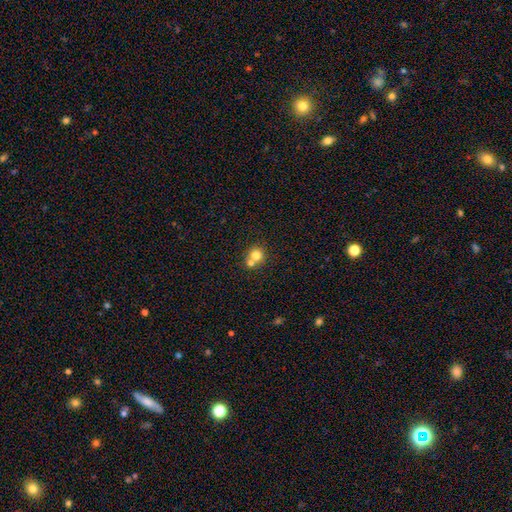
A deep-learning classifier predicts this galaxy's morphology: Smooth or featured: smooth — 76% (featured or disk — 12%)
How rounded: round — 88% (in between — 12%)
Merging: none — 47% (merger — 45%)